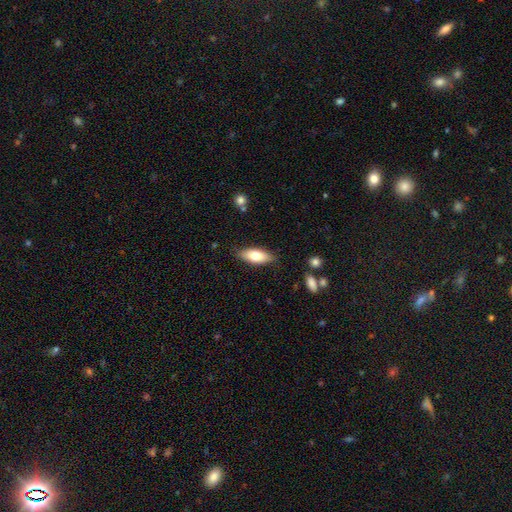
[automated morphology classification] Smooth or featured? smooth (75%)
How rounded? in between (78%)
Merging? none (84%)